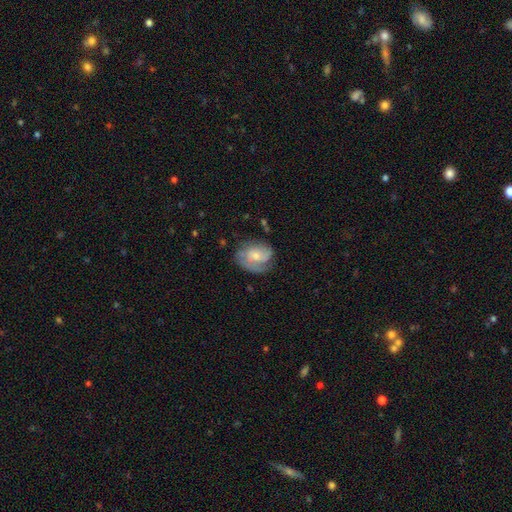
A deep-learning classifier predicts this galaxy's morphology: This is likely a featured or disk galaxy (65%). It is clearly not viewed edge-on (97%). Bar: likely no (64%). Spiral arm pattern: clearly yes (87%). Spiral arm count: marginally 2 (45%). Spiral winding: marginally medium (41%). Central bulge: possibly small (51%). Merging: possibly none (59%).